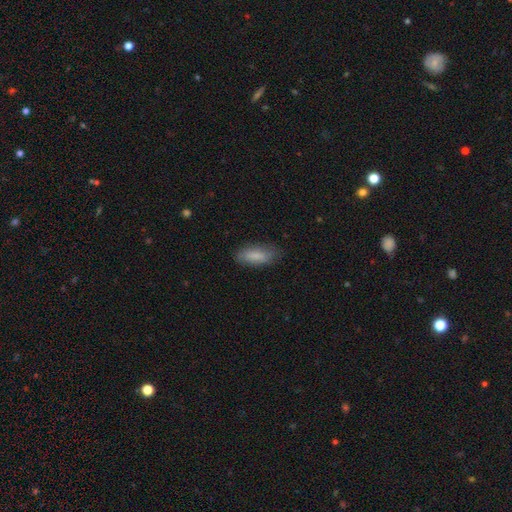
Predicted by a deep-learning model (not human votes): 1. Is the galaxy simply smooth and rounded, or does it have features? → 82% smooth, 11% featured or disk, 6% star or artifact.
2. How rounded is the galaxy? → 69% in between, 29% cigar-shaped, 2% round.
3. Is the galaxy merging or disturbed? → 77% none, 18% minor disturbance, 4% major disturbance, 1% merger.